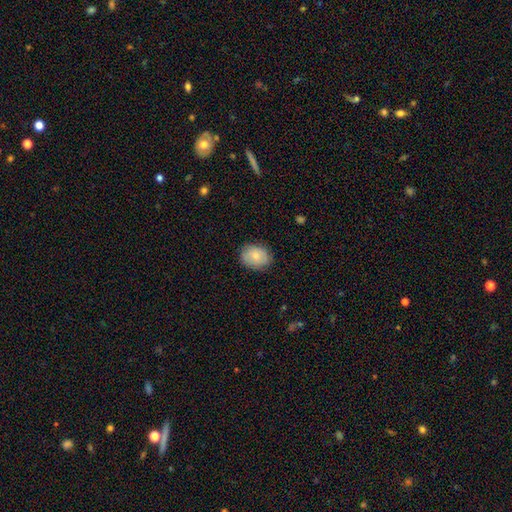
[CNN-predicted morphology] smooth_or_featured: smooth (p=0.74) [alt: featured or disk p=0.19]
how_rounded: in between (p=0.53) [alt: round p=0.46]
merging: none (p=0.83) [alt: minor disturbance p=0.13]